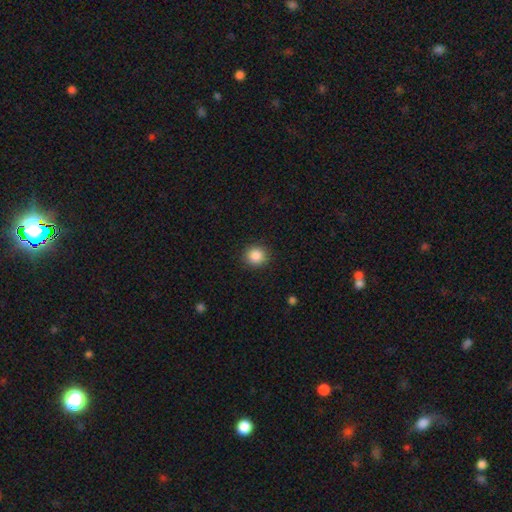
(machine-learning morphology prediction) Smooth or featured?
  - smooth: 87% *
  - star or artifact: 9%
  - featured or disk: 4%
How rounded?
  - round: 89% *
  - in between: 10%
  - cigar-shaped: 1%
Merging?
  - none: 90% *
  - minor disturbance: 7%
  - major disturbance: 2%
  - merger: 1%